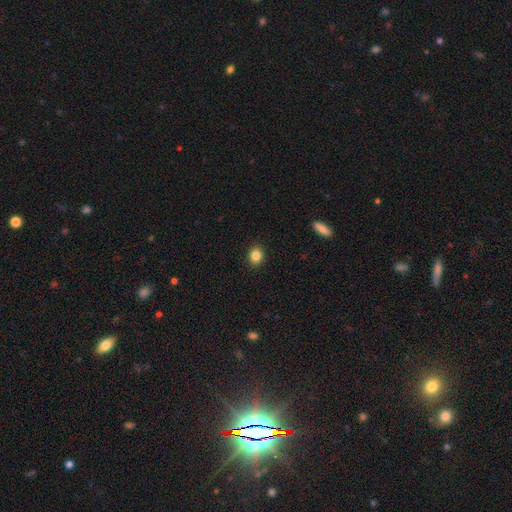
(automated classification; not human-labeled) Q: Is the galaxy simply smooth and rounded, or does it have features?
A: smooth — 85%.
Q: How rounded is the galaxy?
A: round — 59%.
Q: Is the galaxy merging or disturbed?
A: none — 90%.